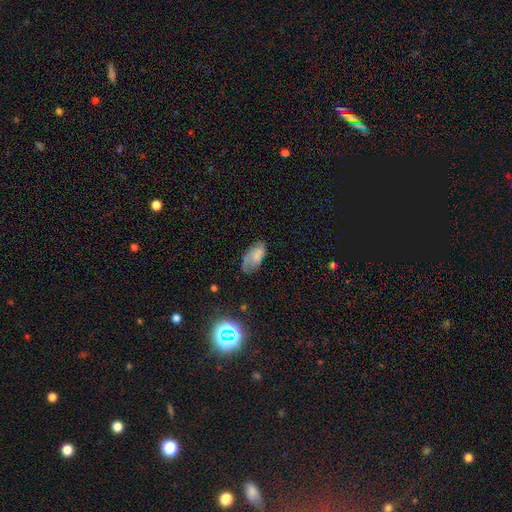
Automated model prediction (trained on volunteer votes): Smooth or featured? smooth (52%)
How rounded? in between (92%)
Merging? none (53%)